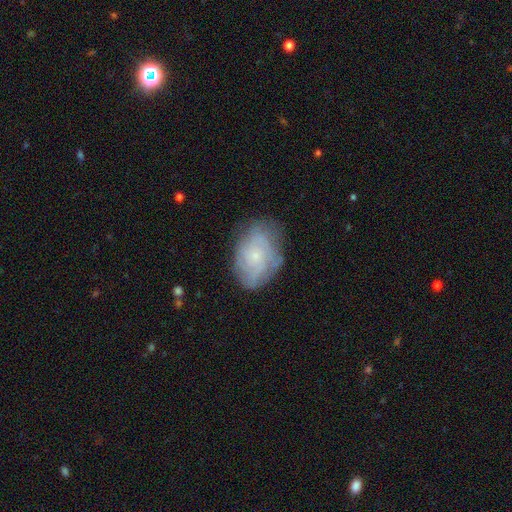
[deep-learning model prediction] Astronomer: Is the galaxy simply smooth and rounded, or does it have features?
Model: featured or disk — 60%.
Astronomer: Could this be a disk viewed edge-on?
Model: no — 96%.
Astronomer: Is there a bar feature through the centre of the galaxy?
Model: no — 81%.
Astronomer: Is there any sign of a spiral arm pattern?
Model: yes — 79%.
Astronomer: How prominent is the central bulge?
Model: small — 76%.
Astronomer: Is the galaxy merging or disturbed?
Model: none — 67%.